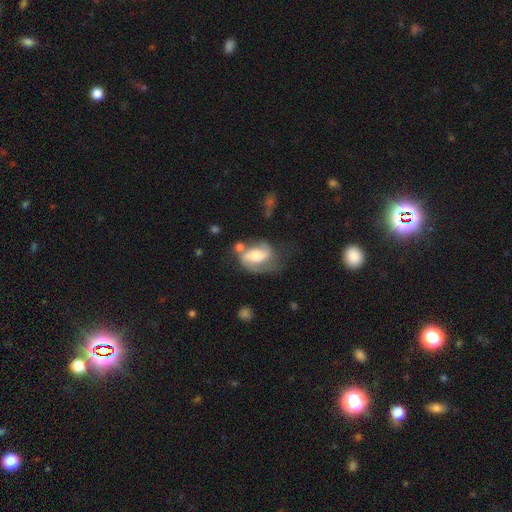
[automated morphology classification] smooth-or-featured: featured or disk: 66% | smooth: 28% | star or artifact: 7%
  disk-edge-on: no: 96% | yes: 4%
    bar: weak: 38% | no: 36% | strong: 26%
    has-spiral-arms: yes: 85% | no: 15%
      spiral-winding: medium: 45% | loose: 35% | tight: 20%
      spiral-arm-count: 2: 78% | 1: 10% | can't tell: 8% | 3: 1% | 4: 1% | more than 4: 1%
    bulge-size: moderate: 57% | small: 19% | large: 18% | none: 3% | dominant: 2%
  merging: none: 43% | minor disturbance: 24% | major disturbance: 20% | merger: 12%